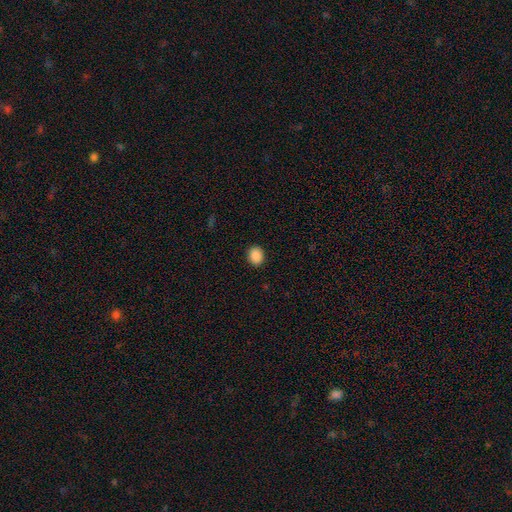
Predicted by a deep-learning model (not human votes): smooth-or-featured: smooth: 89% | star or artifact: 8% | featured or disk: 3%
  how-rounded: round: 54% | in between: 45% | cigar-shaped: 1%
  merging: none: 90% | minor disturbance: 7% | major disturbance: 2% | merger: 1%